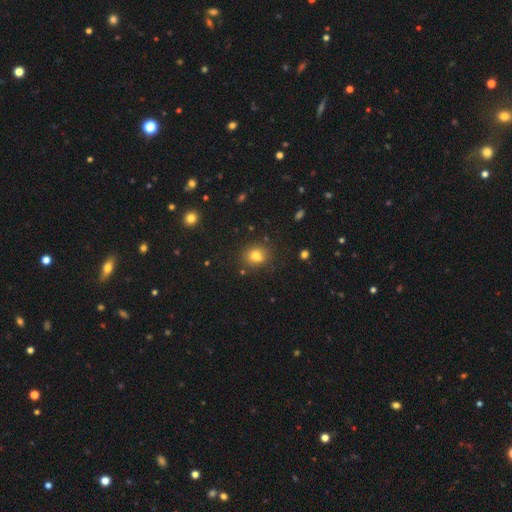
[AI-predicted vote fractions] smooth_or_featured: smooth (p=0.77) [alt: star or artifact p=0.14]
how_rounded: round (p=0.62) [alt: in between p=0.37]
merging: none (p=0.74) [alt: minor disturbance p=0.14]